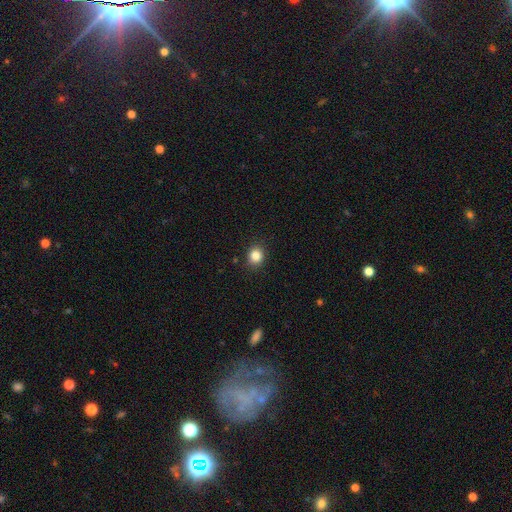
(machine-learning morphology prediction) This is clearly a smooth galaxy (84%). How rounded: likely round (76%). Merging: clearly none (89%).